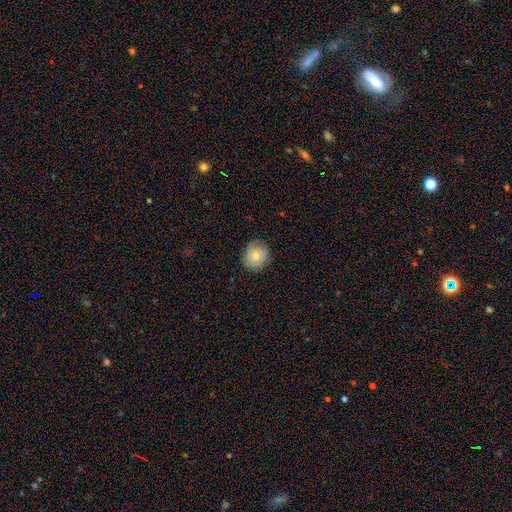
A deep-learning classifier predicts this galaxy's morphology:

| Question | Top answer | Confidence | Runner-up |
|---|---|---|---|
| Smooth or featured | smooth | 70% | featured or disk (21%) |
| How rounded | round | 84% | in between (15%) |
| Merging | none | 81% | minor disturbance (15%) |